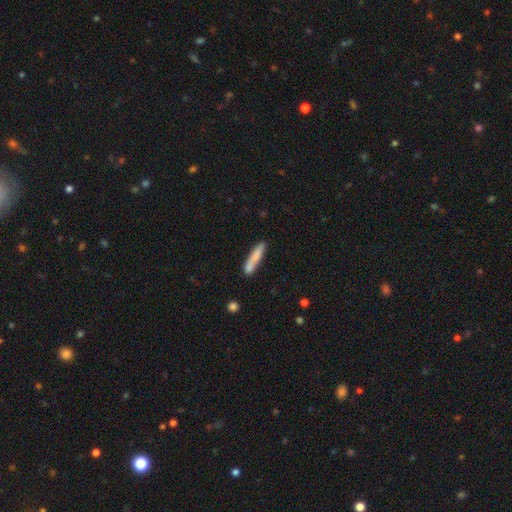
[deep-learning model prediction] smooth_or_featured: smooth (p=0.78) [alt: featured or disk p=0.16]
how_rounded: cigar-shaped (p=0.89) [alt: in between p=0.09]
merging: none (p=0.74) [alt: minor disturbance p=0.16]